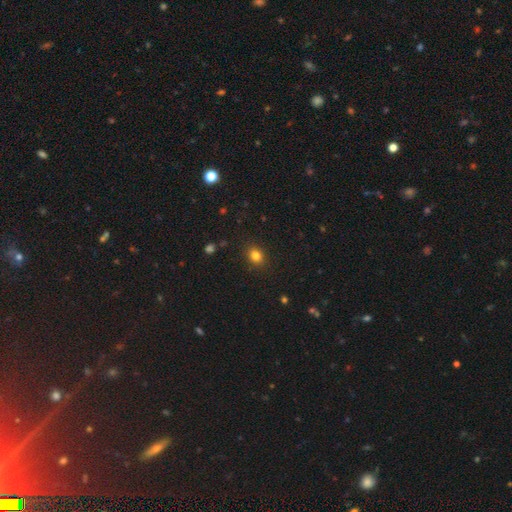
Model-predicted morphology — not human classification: Smooth or featured? smooth (81%)
How rounded? round (54%)
Merging? none (89%)